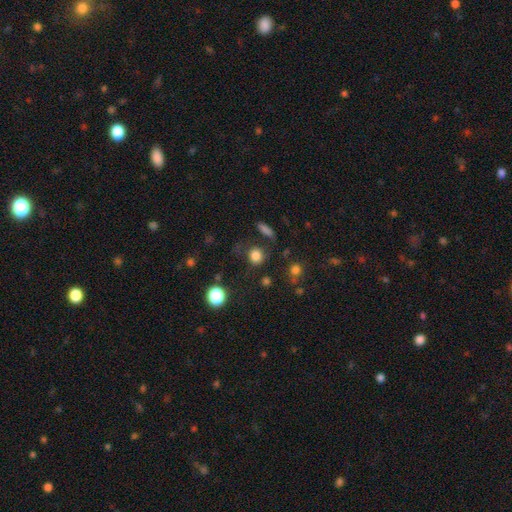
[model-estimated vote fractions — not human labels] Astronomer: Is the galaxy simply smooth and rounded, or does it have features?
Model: smooth — 80%.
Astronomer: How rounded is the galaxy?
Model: round — 85%.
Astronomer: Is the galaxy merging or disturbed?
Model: none — 78%.